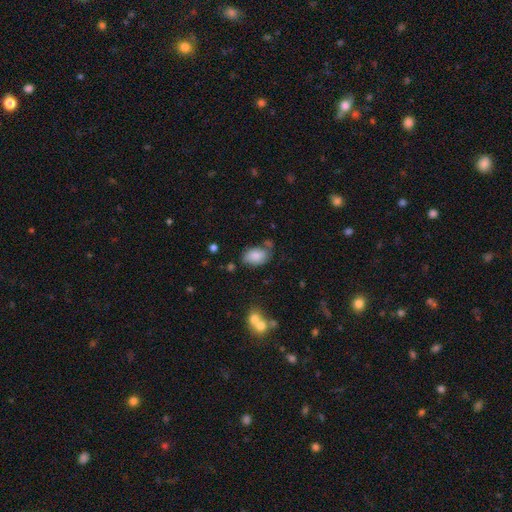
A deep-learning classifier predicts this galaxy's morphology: This is clearly a smooth galaxy (83%). How rounded: clearly in between (89%). Merging: likely none (61%).